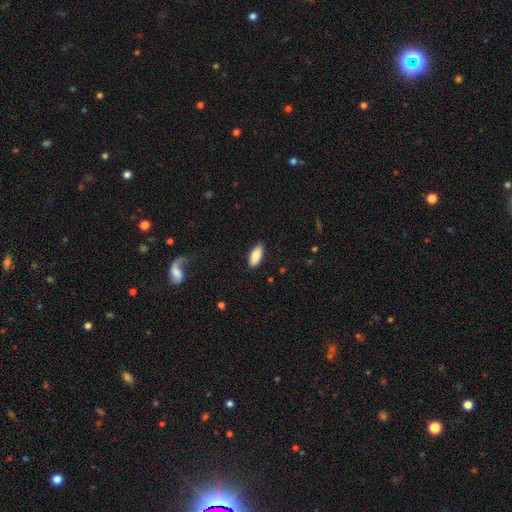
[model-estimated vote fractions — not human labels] Overall: smooth (87%). How rounded: in between (88%). Merging: none (86%).